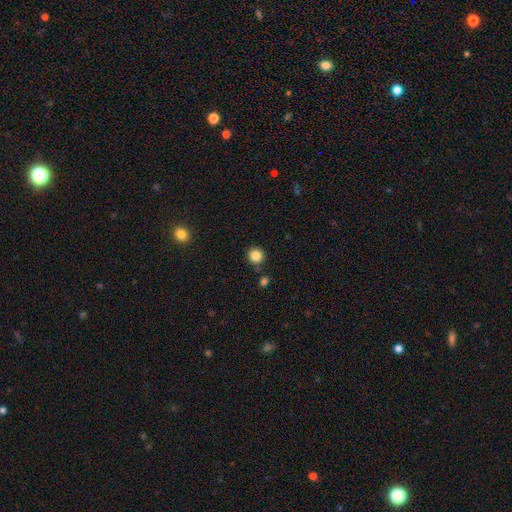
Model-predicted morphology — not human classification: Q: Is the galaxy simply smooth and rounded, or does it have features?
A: smooth — 85%.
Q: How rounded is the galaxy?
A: round — 93%.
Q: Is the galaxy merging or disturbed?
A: none — 84%.